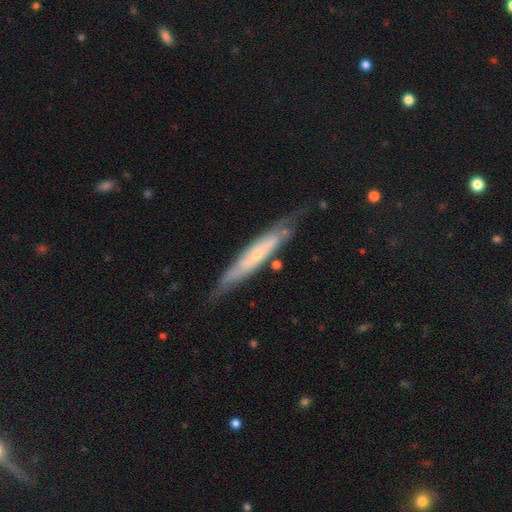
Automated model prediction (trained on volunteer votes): smooth_or_featured: featured or disk (p=0.63) [alt: smooth p=0.31]
disk_edge_on: yes (p=0.63) [alt: no p=0.37]
merging: none (p=0.69) [alt: minor disturbance p=0.21]